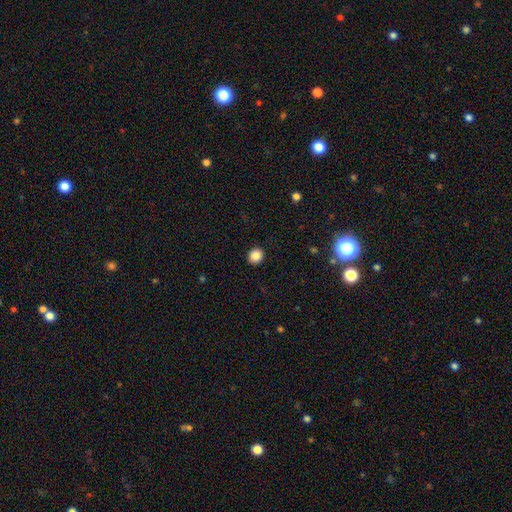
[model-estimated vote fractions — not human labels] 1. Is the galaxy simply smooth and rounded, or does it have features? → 86% smooth, 10% star or artifact, 4% featured or disk.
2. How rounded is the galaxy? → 82% round, 17% in between, 1% cigar-shaped.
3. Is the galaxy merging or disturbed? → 92% none, 6% minor disturbance, 2% major disturbance, 1% merger.